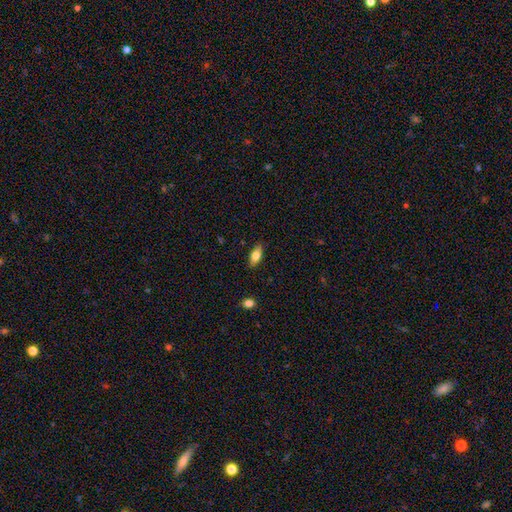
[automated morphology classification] This is likely a smooth galaxy (74%). How rounded: clearly in between (81%). Merging: clearly none (86%).